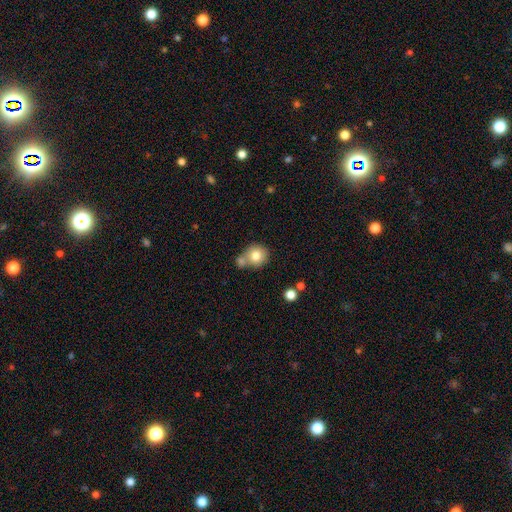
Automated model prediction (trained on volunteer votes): smooth_or_featured: smooth (p=0.78) [alt: featured or disk p=0.12]
how_rounded: round (p=0.85) [alt: in between p=0.14]
merging: none (p=0.52) [alt: merger p=0.33]